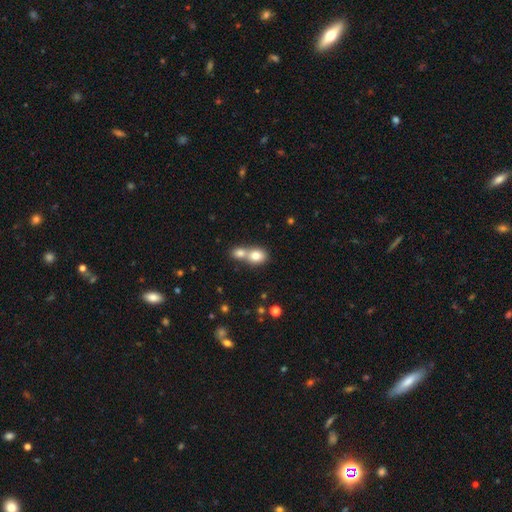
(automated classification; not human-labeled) Q: Smooth or featured?
A: smooth (78%); runner-up: featured or disk (12%)
Q: How rounded?
A: round (60%); runner-up: in between (39%)
Q: Merging?
A: merger (64%); runner-up: none (28%)